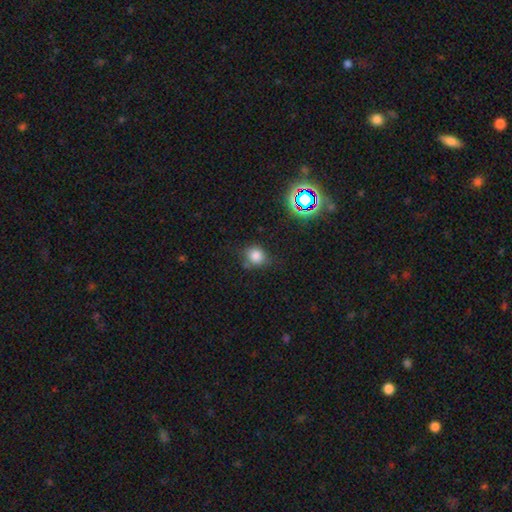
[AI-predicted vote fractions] Q: Smooth or featured?
A: smooth (78%); runner-up: star or artifact (15%)
Q: How rounded?
A: round (76%); runner-up: in between (22%)
Q: Merging?
A: none (68%); runner-up: minor disturbance (21%)